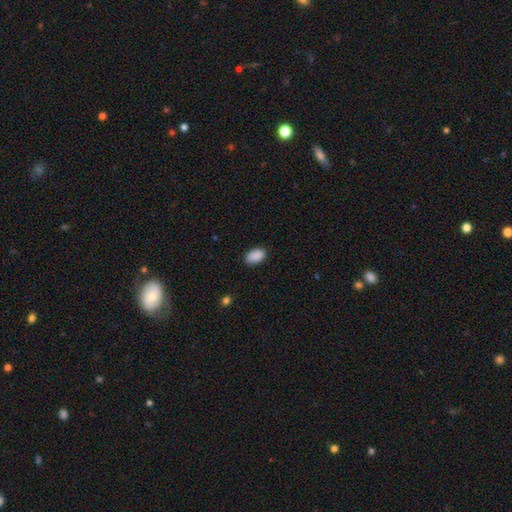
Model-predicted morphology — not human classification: Q: Smooth or featured?
A: smooth (90%); runner-up: star or artifact (7%)
Q: How rounded?
A: in between (91%); runner-up: round (7%)
Q: Merging?
A: none (84%); runner-up: minor disturbance (12%)